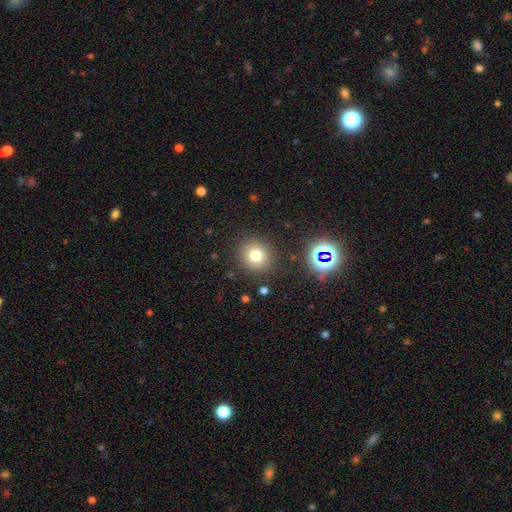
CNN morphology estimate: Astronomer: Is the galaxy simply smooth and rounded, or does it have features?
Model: smooth — 75%.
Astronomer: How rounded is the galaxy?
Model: round — 88%.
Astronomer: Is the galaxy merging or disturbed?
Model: none — 88%.